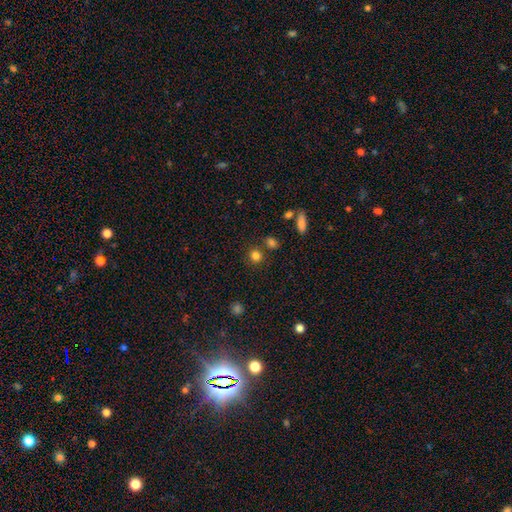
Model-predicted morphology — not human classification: type=smooth (82%); roundness=round (83%); merging=none (74%).